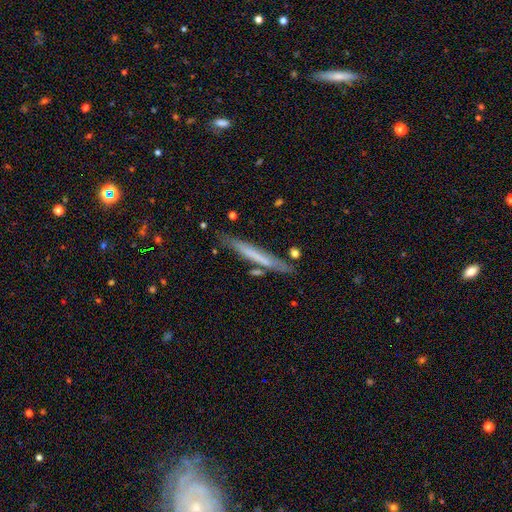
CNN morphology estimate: The model was most divided on "smooth or featured": smooth: 53%, featured or disk: 40%, star or artifact: 7%. More confident: how rounded — cigar-shaped (96%); merging — none (80%).